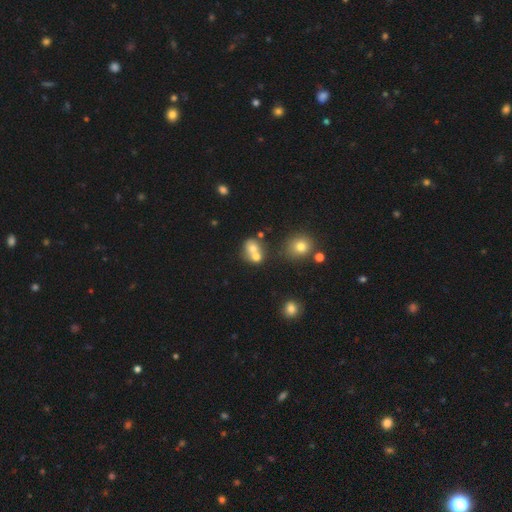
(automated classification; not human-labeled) The model was most divided on "merging": merger: 58%, none: 30%, minor disturbance: 8%, major disturbance: 4%. More confident: smooth or featured — smooth (66%); how rounded — round (64%).